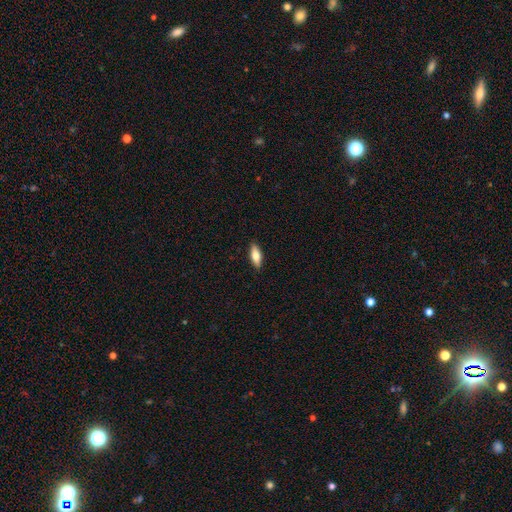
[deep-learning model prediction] smooth 66%, featured or disk 28%, star or artifact 6%. Down the decision tree: how rounded — in between (66%); merging — none (90%).